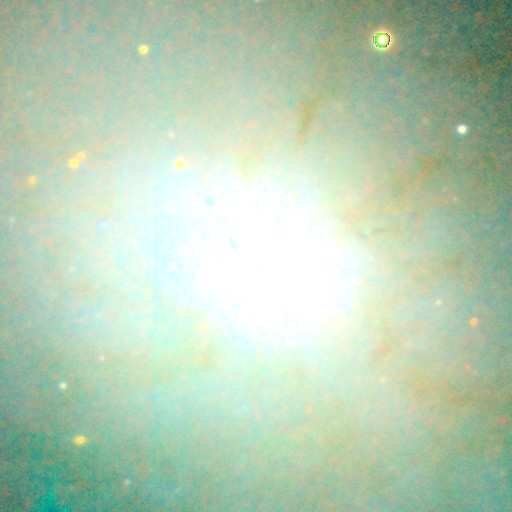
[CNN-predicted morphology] Smooth or featured? Predicted: star or artifact (p=0.42).